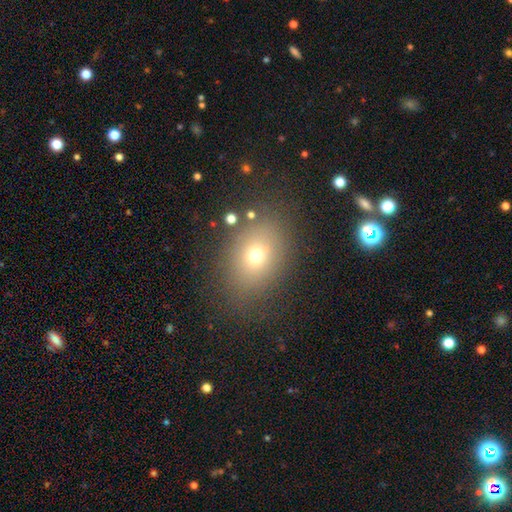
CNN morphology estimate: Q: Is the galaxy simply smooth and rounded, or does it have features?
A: smooth — 67%.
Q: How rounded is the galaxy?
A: in between — 64%.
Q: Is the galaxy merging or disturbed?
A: none — 79%.